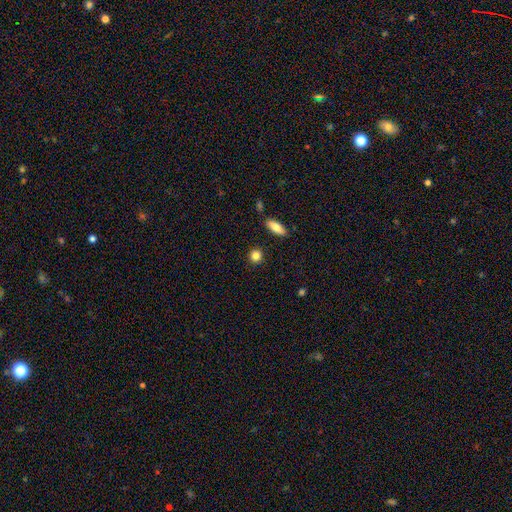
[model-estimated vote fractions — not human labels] Smooth or featured? smooth (84%)
How rounded? round (86%)
Merging? none (89%)